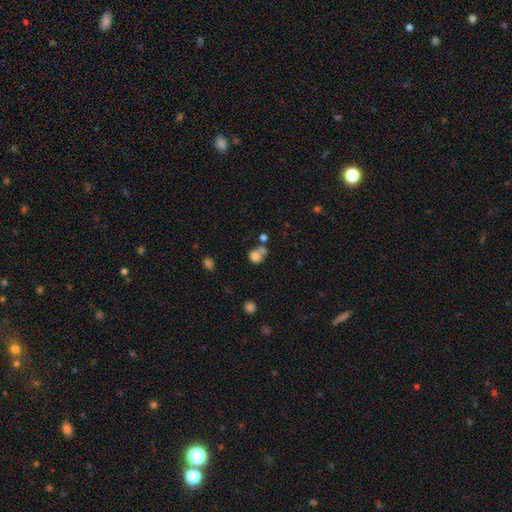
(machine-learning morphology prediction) A smooth galaxy with no disk features (76%) that is round (71%). Merging: merger (44%).